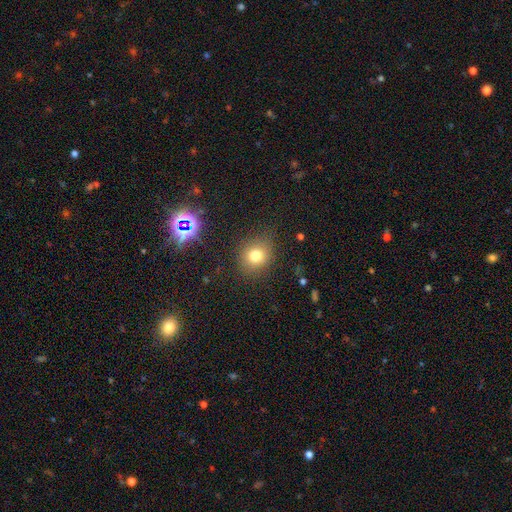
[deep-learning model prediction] Overall: smooth (75%). How rounded: round (79%). Merging: none (84%).